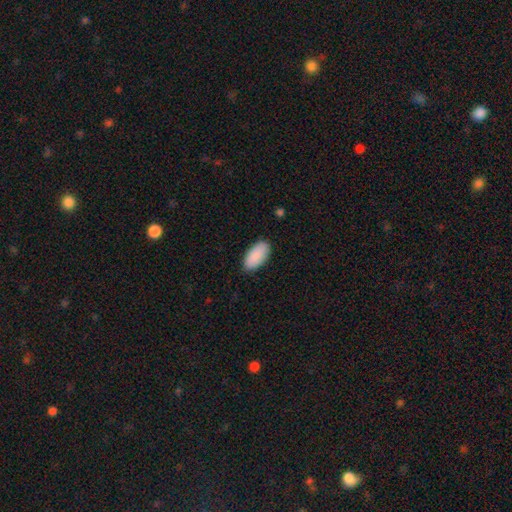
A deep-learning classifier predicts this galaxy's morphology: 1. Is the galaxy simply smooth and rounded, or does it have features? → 90% smooth, 6% star or artifact, 4% featured or disk.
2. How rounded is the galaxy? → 95% in between, 4% cigar-shaped, 2% round.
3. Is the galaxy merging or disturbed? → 87% none, 10% minor disturbance, 2% major disturbance, 1% merger.